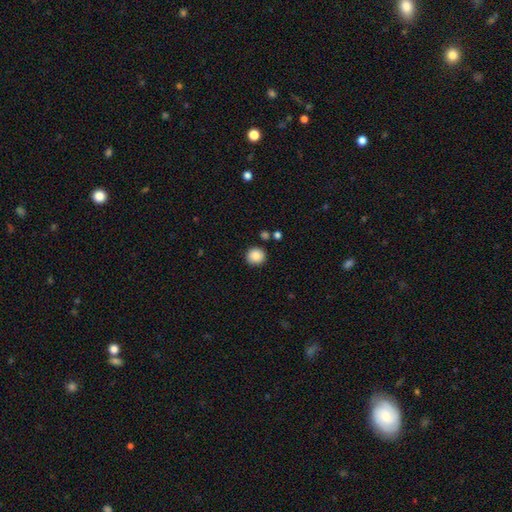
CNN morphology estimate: Smooth or featured: smooth — 87% (star or artifact — 9%)
How rounded: round — 88% (in between — 12%)
Merging: none — 87% (minor disturbance — 8%)